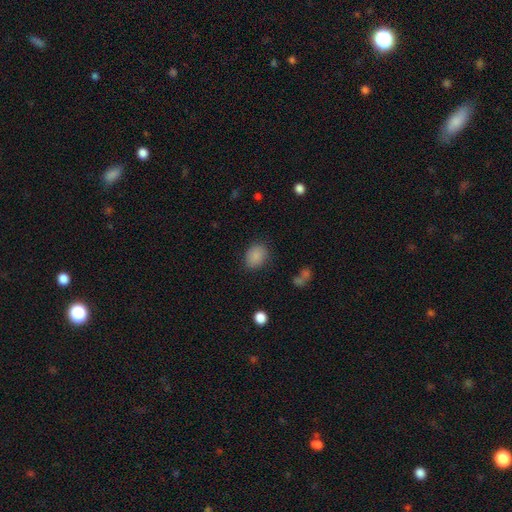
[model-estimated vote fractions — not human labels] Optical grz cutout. It shows a smooth galaxy with no disk features (86%) that is in between round and cigar-shaped (61%). Merging: none (82%).